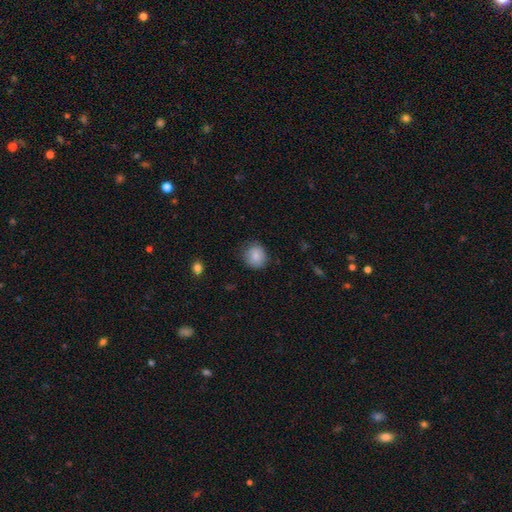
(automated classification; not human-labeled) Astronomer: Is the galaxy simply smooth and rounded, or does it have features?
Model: smooth — 81%.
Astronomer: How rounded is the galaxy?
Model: round — 80%.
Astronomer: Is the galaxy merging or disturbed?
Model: none — 75%.